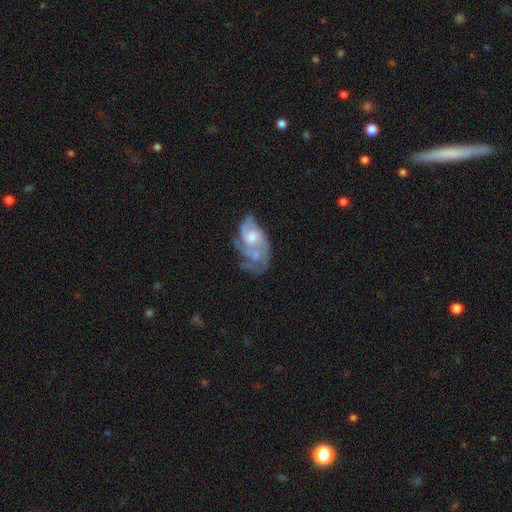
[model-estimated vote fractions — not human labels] This appears to be a featured or disk galaxy (77%) with no bar (69%), medium (43%) spiral arms (87%) and a moderate central bulge (52%). Merging: none (36%).